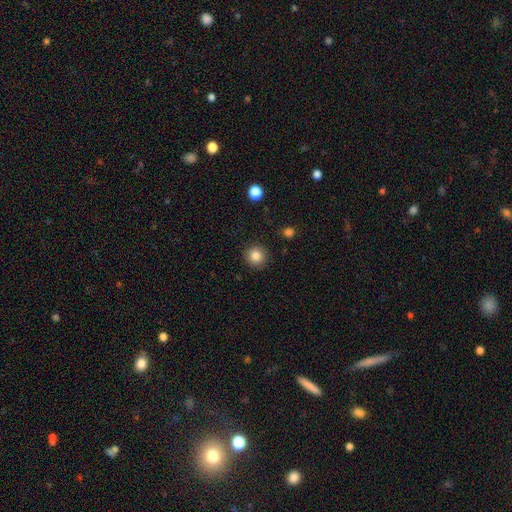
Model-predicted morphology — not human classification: The model was most divided on "smooth or featured": smooth: 84%, star or artifact: 10%, featured or disk: 6%. More confident: how rounded — round (95%); merging — none (91%).